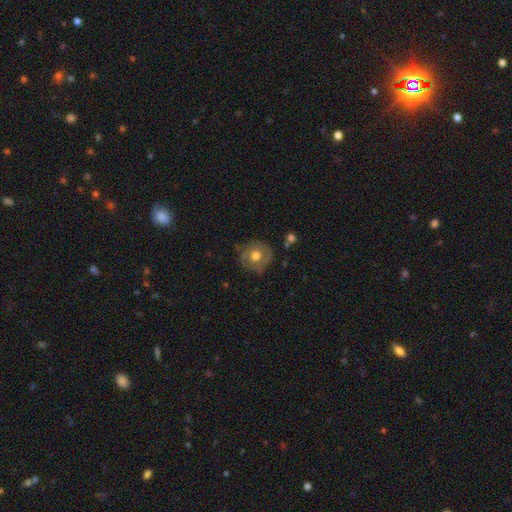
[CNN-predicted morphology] This appears to be a smooth galaxy with no disk features (58%) that is round (89%). Merging: none (76%).